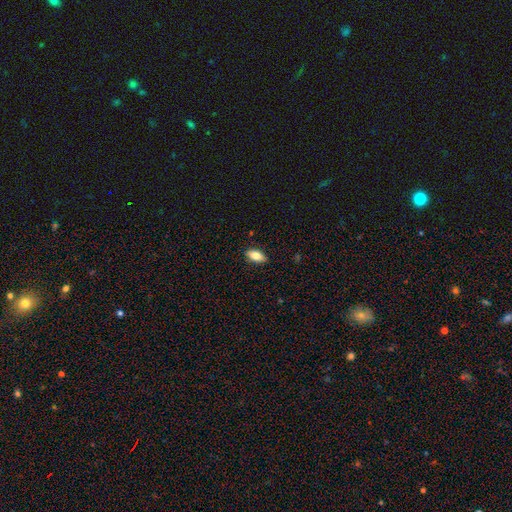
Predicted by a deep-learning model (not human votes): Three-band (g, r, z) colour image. It shows a smooth galaxy with no disk features (79%) that is in between round and cigar-shaped (88%). Merging: none (88%).